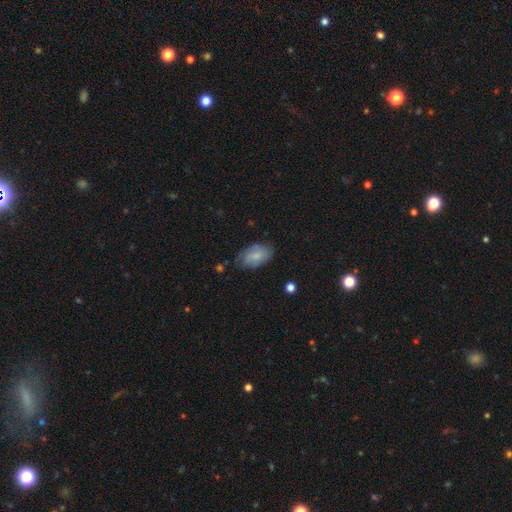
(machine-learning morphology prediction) Smooth or featured: smooth — 68% (featured or disk — 25%)
How rounded: in between — 92% (round — 6%)
Merging: none — 64% (minor disturbance — 27%)